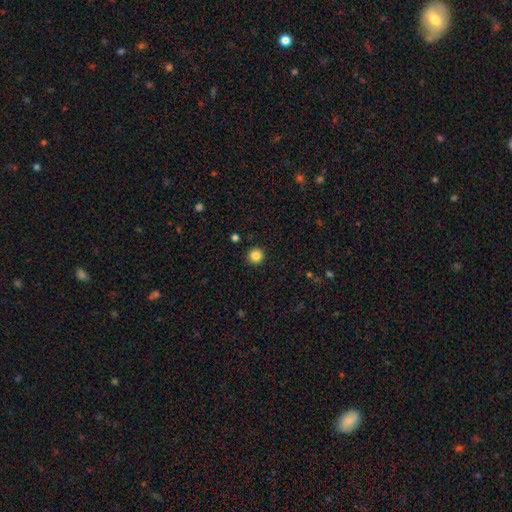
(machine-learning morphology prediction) Q: Smooth or featured?
A: smooth (85%); runner-up: star or artifact (11%)
Q: How rounded?
A: round (96%); runner-up: in between (3%)
Q: Merging?
A: none (93%); runner-up: minor disturbance (4%)